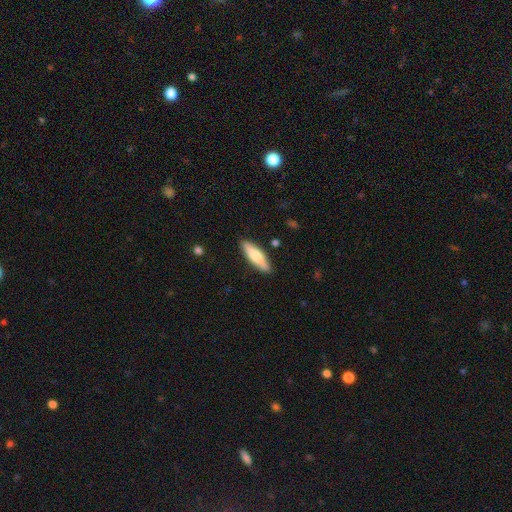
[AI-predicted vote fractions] A smooth galaxy with no disk features (70%) that is cigar-shaped (56%). Merging: none (87%).